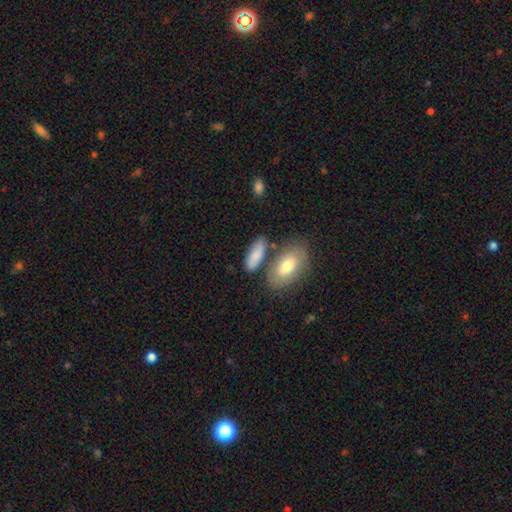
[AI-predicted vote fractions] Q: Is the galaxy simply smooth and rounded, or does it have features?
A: smooth — 81%.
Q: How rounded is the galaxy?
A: in between — 76%.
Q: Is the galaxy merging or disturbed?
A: none — 66%.